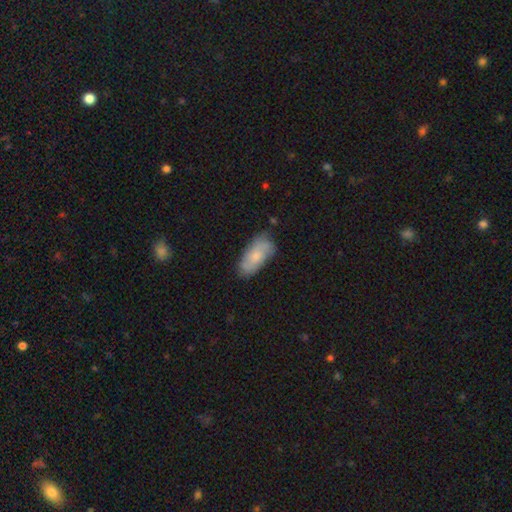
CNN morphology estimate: This is likely a smooth galaxy (64%). How rounded: clearly in between (87%). Merging: likely none (70%).